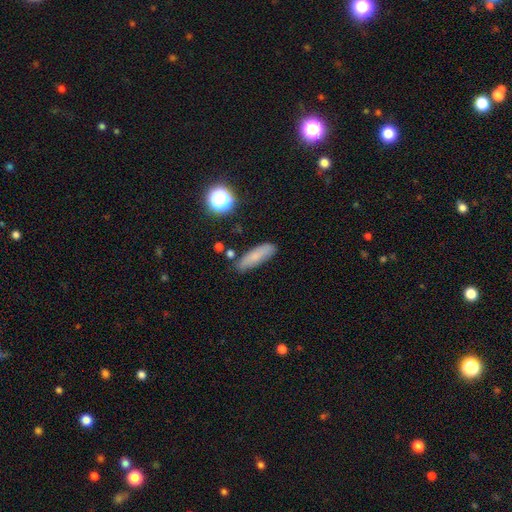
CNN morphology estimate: smooth 74%, featured or disk 15%, star or artifact 11%. Down the decision tree: how rounded — cigar-shaped (61%); merging — none (80%).